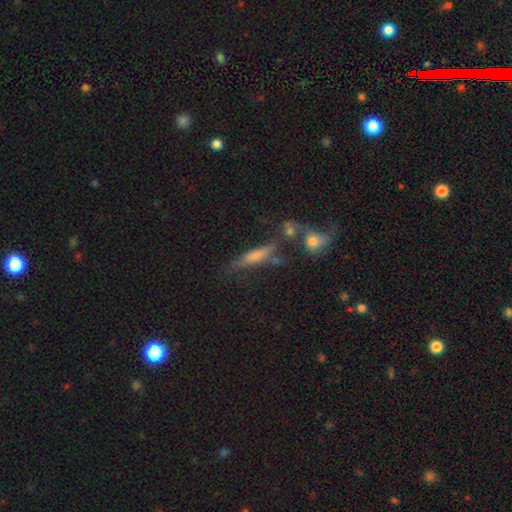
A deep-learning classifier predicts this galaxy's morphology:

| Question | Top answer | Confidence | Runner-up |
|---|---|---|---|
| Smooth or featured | smooth | 53% | featured or disk (34%) |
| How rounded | cigar-shaped | 73% | in between (22%) |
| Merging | none | 49% | merger (20%) |